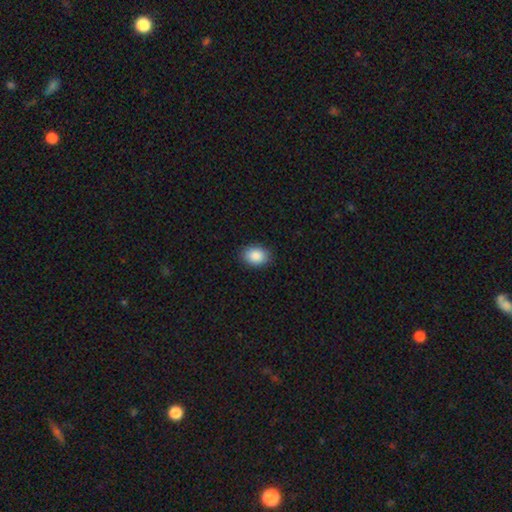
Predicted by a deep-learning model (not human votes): The model was most divided on "how rounded": in between: 68%, round: 31%, cigar-shaped: 1%. More confident: merging — none (89%); smooth or featured — smooth (88%).